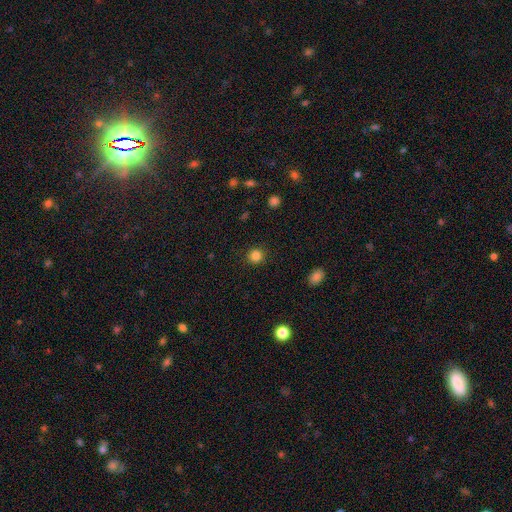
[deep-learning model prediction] A smooth galaxy with no disk features (85%) that is round (92%).

Vote fractions:
- Smooth or featured? smooth: 85% / star or artifact: 12% / featured or disk: 3%
- How rounded? round: 92% / in between: 7% / cigar-shaped: 1%
- Merging? none: 90% / minor disturbance: 6% / major disturbance: 2% / merger: 1%